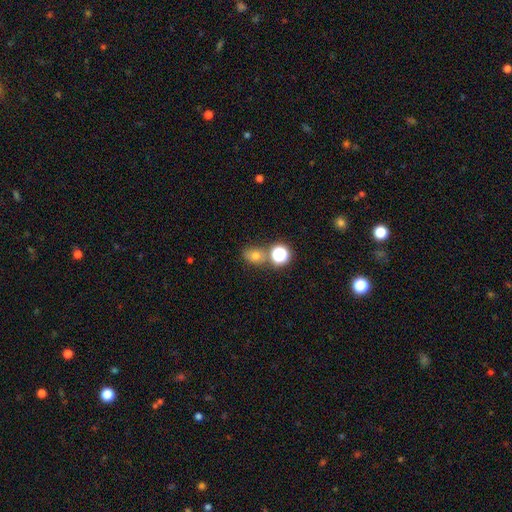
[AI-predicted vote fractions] This appears to be a smooth galaxy with no disk features (66%) that is round (55%). Merging: none (66%).